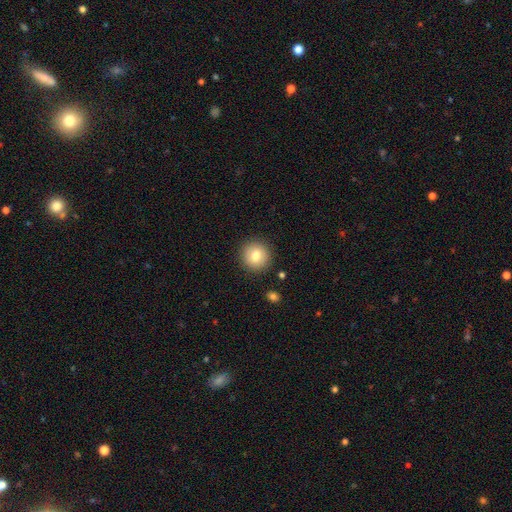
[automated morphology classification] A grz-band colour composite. It shows a smooth galaxy with no disk features (78%) that is round (92%). Merging: none (89%).